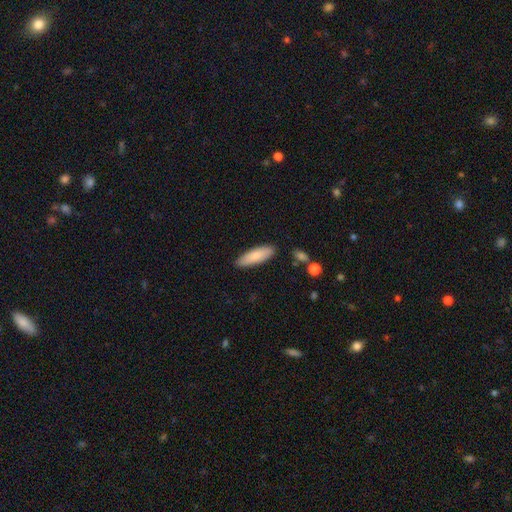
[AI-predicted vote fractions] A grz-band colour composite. It shows a smooth galaxy with no disk features (83%) that is cigar-shaped (49%, tied with in between). Merging: none (86%).